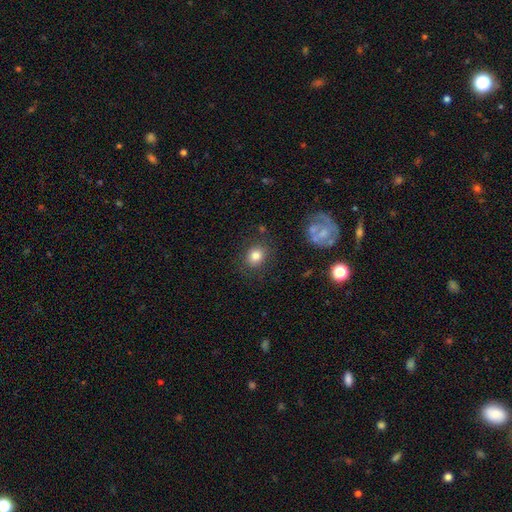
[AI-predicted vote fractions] This appears to be a smooth galaxy with no disk features (81%) that is round (72%). Merging: none (81%).